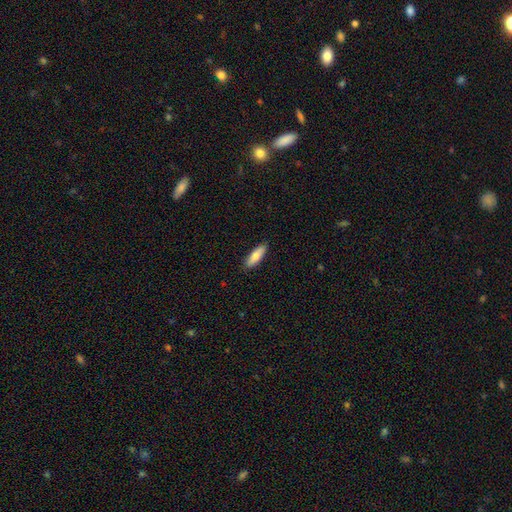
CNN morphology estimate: smooth 81%, featured or disk 13%, star or artifact 6%. Down the decision tree: how rounded — in between (54%); merging — none (89%).